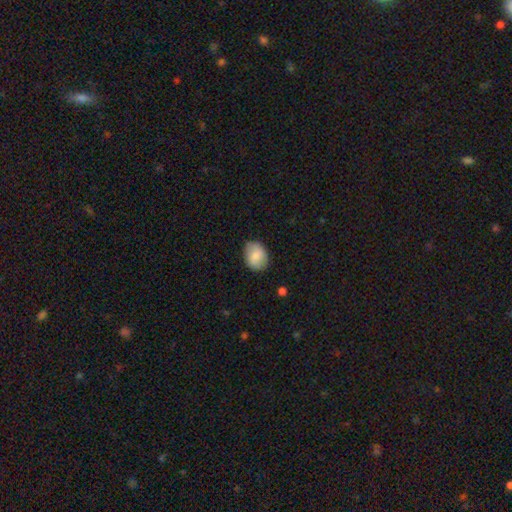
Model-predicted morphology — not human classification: Q: Smooth or featured?
A: smooth (81%); runner-up: featured or disk (12%)
Q: How rounded?
A: in between (62%); runner-up: round (37%)
Q: Merging?
A: none (82%); runner-up: minor disturbance (14%)